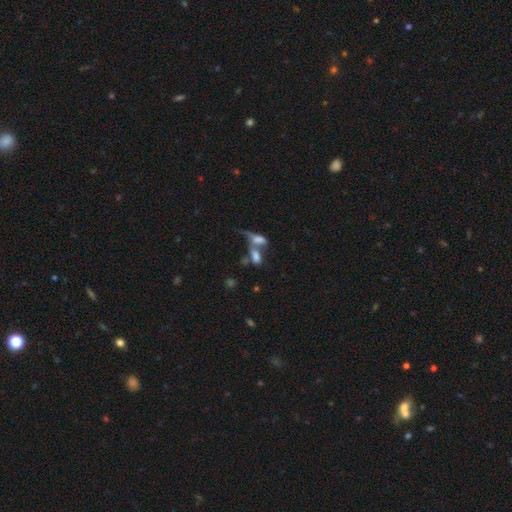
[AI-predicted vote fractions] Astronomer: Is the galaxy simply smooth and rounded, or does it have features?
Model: smooth — 64%.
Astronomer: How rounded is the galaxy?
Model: in between — 80%.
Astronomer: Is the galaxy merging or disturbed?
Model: merger — 59%.